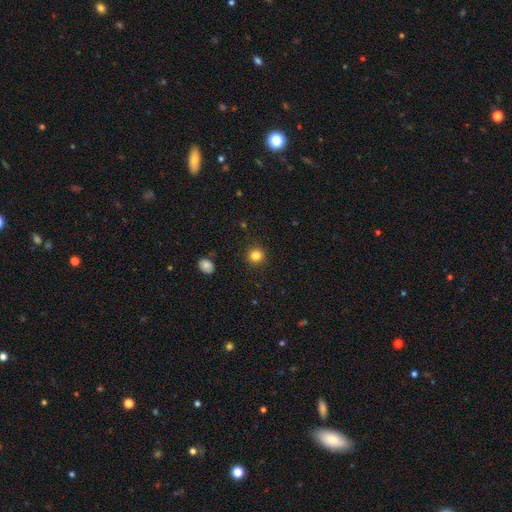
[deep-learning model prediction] Smooth or featured? Predicted: smooth (p=0.84). How rounded? Predicted: round (p=0.91). Merging? Predicted: none (p=0.91).